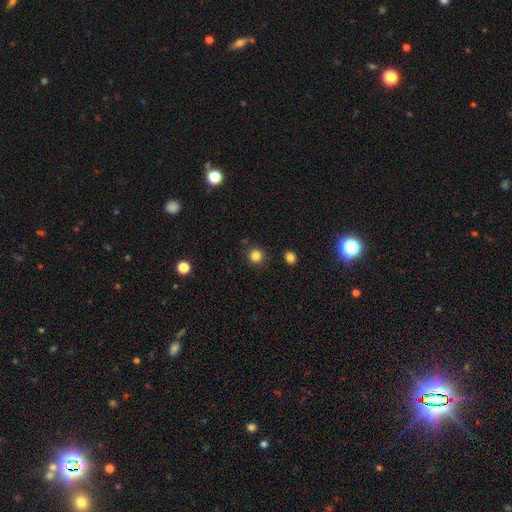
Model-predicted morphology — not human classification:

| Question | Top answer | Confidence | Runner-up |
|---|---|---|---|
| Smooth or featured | smooth | 84% | star or artifact (12%) |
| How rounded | round | 94% | in between (5%) |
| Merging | none | 88% | minor disturbance (7%) |